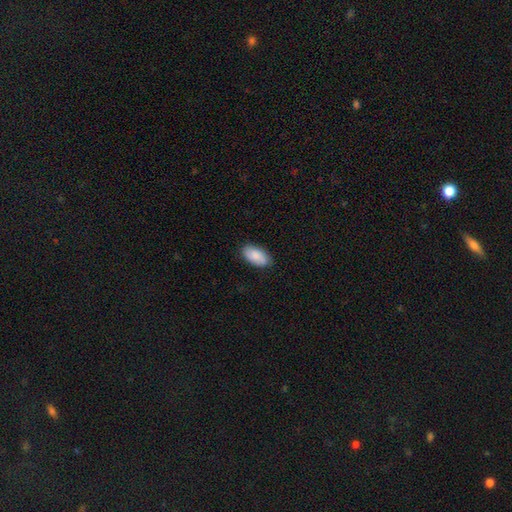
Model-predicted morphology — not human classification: Overall: smooth (85%). How rounded: in between (95%). Merging: none (86%).